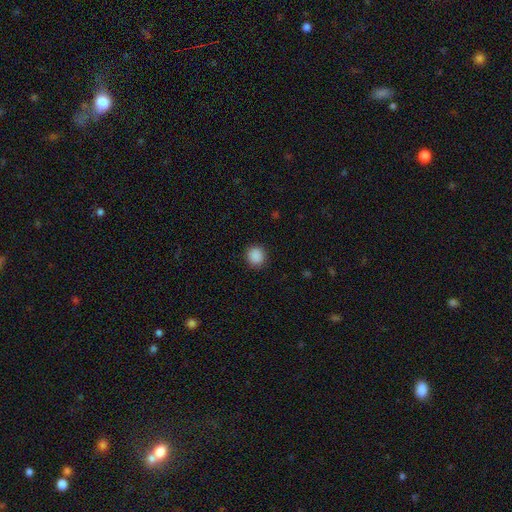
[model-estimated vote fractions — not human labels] The model was most divided on "smooth or featured": smooth: 89%, star or artifact: 9%, featured or disk: 2%. More confident: merging — none (91%); how rounded — round (91%).